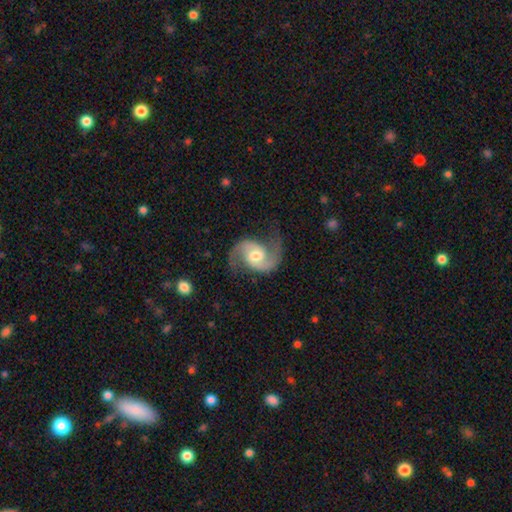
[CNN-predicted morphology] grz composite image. It shows a featured or disk galaxy (92%) with no bar (48%), 2 (94%) medium (52%) spiral arms (98%) and a moderate central bulge (70%). Merging: none (78%).